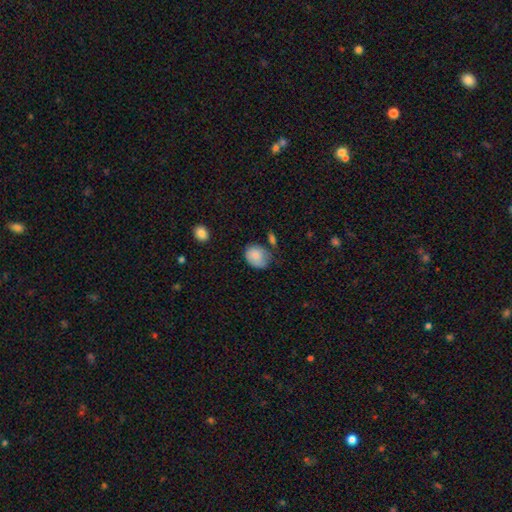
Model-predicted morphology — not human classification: The model was most divided on "how rounded": round: 52%, in between: 47%, cigar-shaped: 1%. More confident: smooth or featured — smooth (80%); merging — none (51%).